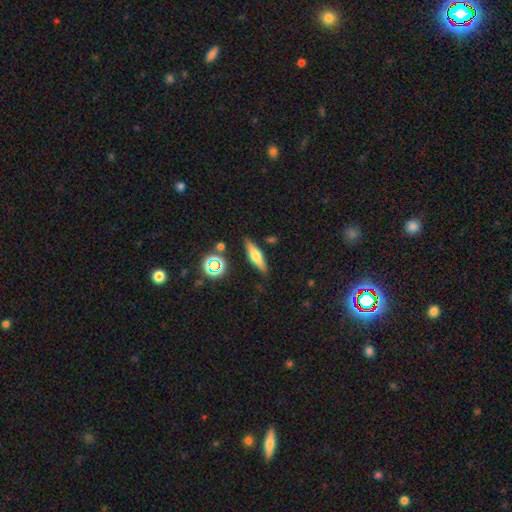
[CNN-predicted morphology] This appears to be a smooth galaxy with no disk features (49%). Merging: none (84%).